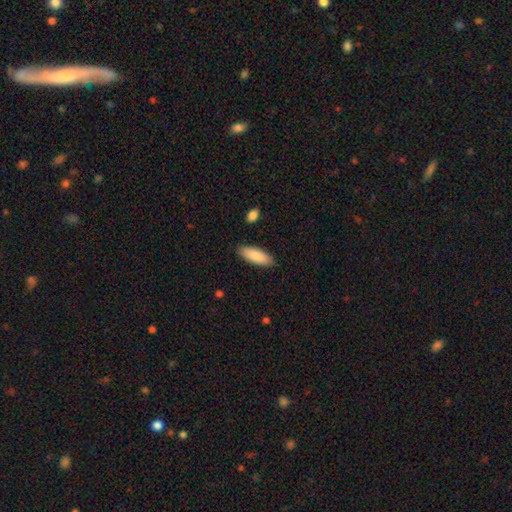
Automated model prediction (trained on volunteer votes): This is clearly a smooth galaxy (87%). How rounded: likely in between (64%). Merging: clearly none (88%).